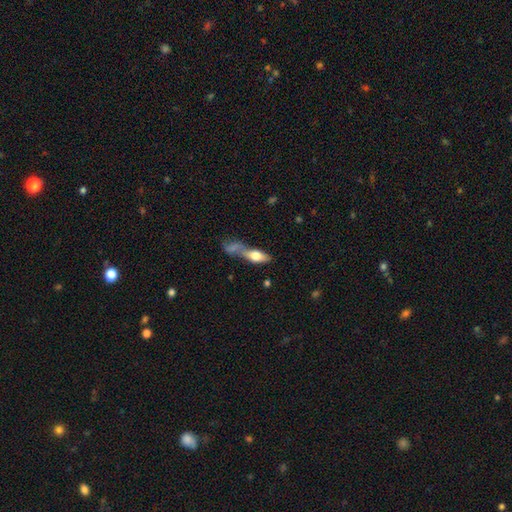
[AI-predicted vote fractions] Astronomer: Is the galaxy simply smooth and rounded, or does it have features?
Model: smooth — 62%.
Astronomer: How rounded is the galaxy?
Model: in between — 62%.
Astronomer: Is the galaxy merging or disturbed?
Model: merger — 48% (runner-up: none, 25%).